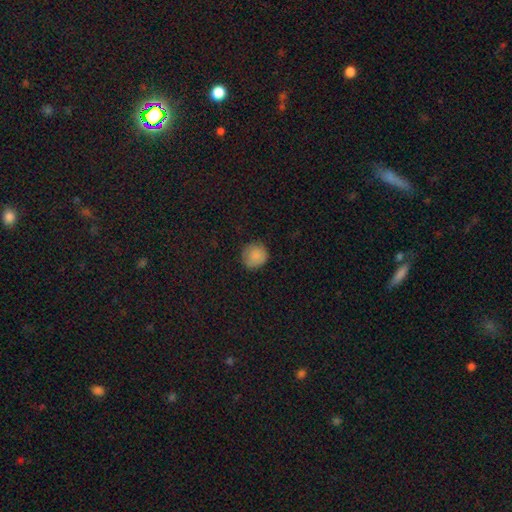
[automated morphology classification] Overall: smooth (84%). How rounded: round (90%). Merging: none (82%).